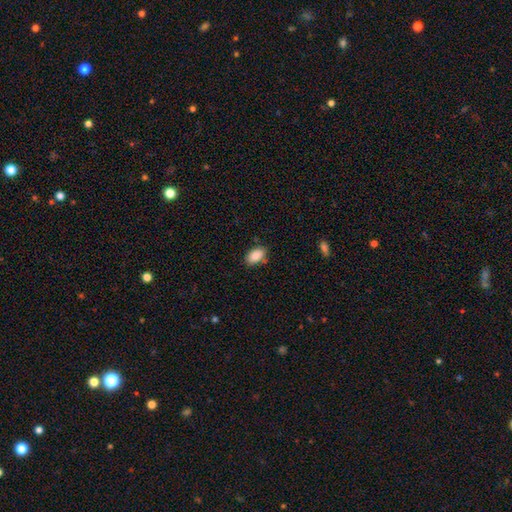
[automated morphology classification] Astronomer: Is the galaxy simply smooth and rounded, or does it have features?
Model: smooth — 88%.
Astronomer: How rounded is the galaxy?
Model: in between — 92%.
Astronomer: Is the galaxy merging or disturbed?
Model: none — 81%.